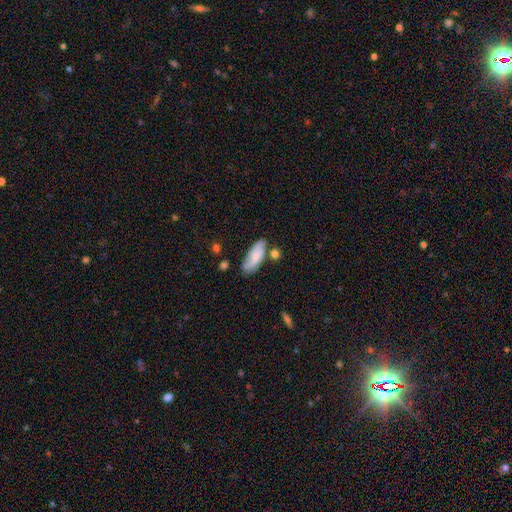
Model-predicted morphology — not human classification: smooth_or_featured: smooth (p=0.59) [alt: featured or disk p=0.34]
how_rounded: in between (p=0.77) [alt: cigar-shaped p=0.20]
merging: none (p=0.62) [alt: minor disturbance p=0.21]